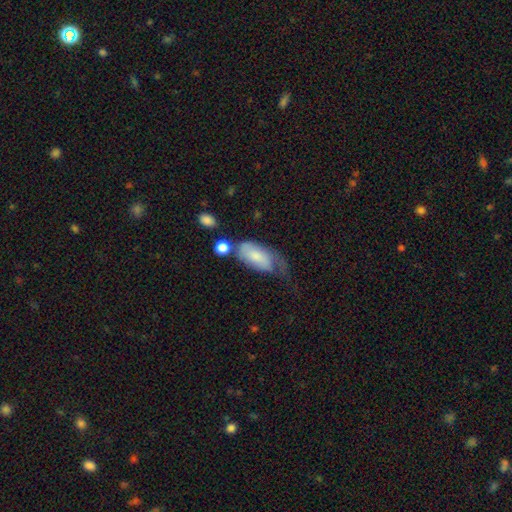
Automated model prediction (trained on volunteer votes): Smooth or featured? Predicted: smooth (p=0.62). How rounded? Predicted: in between (p=0.89). Merging? Predicted: major disturbance (p=0.33).